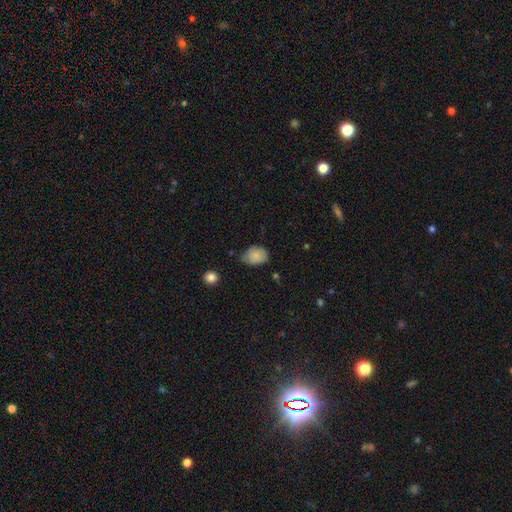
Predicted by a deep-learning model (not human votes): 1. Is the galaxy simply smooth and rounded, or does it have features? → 84% smooth, 8% star or artifact, 8% featured or disk.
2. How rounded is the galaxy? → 70% in between, 29% round, 1% cigar-shaped.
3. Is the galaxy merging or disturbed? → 49% none, 41% minor disturbance, 7% major disturbance, 3% merger.